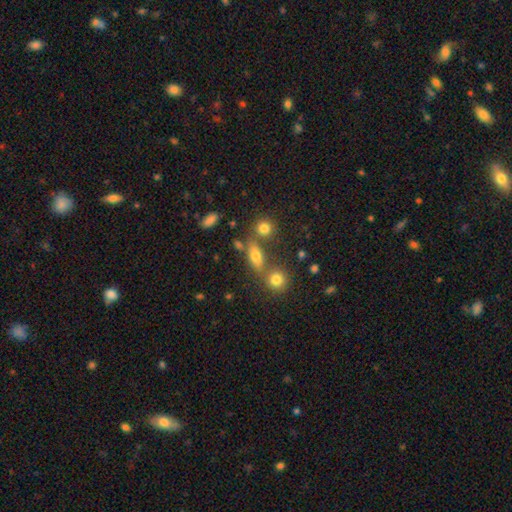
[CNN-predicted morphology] This is likely a smooth galaxy (67%). How rounded: likely in between (61%). Merging: likely none (64%).